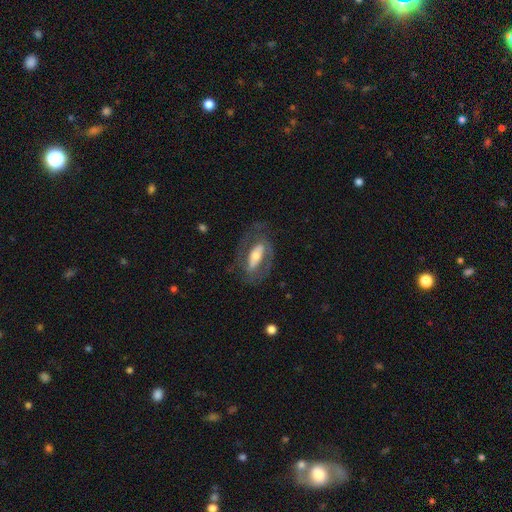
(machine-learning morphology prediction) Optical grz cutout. It shows a featured or disk galaxy (64%) with a strong bar (51%), spiral arms (54%) and a moderate central bulge (47%). Merging: none (63%).